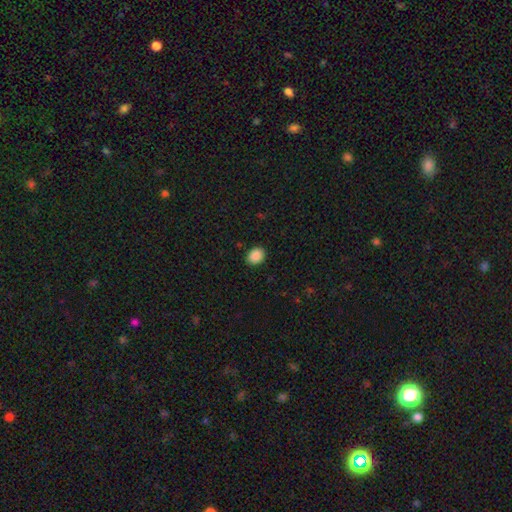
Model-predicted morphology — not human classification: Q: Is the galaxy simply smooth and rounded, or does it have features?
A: smooth — 89%.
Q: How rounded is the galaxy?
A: in between — 62%.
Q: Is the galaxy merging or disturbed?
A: none — 90%.